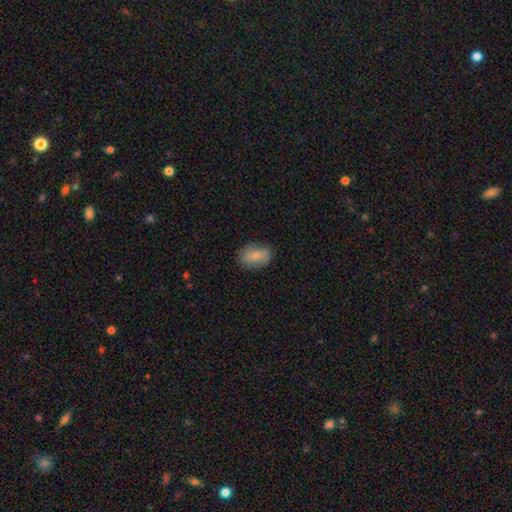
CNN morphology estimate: smooth_or_featured: smooth (p=0.70) [alt: featured or disk p=0.23]
how_rounded: in between (p=0.75) [alt: round p=0.23]
merging: none (p=0.78) [alt: minor disturbance p=0.17]